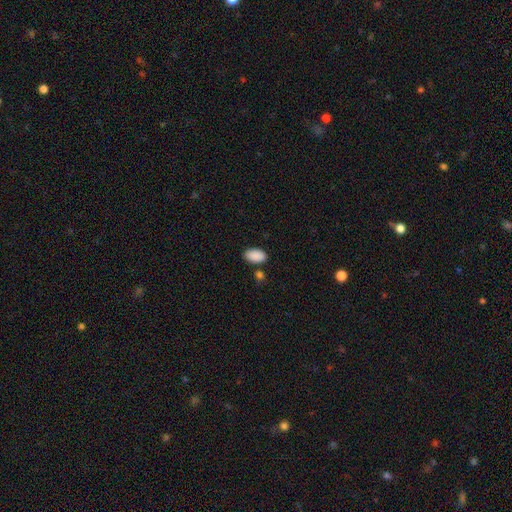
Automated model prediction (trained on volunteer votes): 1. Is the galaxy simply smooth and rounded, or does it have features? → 90% smooth, 7% star or artifact, 3% featured or disk.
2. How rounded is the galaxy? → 95% in between, 4% round, 1% cigar-shaped.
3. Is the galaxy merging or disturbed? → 80% none, 11% minor disturbance, 6% merger, 3% major disturbance.